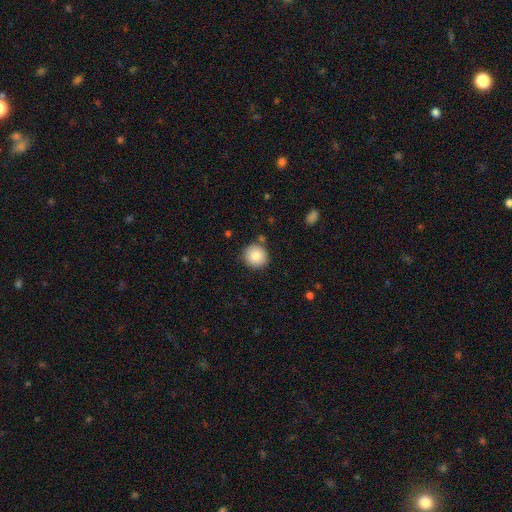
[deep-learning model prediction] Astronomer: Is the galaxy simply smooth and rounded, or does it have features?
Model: smooth — 85%.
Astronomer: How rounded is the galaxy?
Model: round — 92%.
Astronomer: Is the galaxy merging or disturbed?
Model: none — 86%.